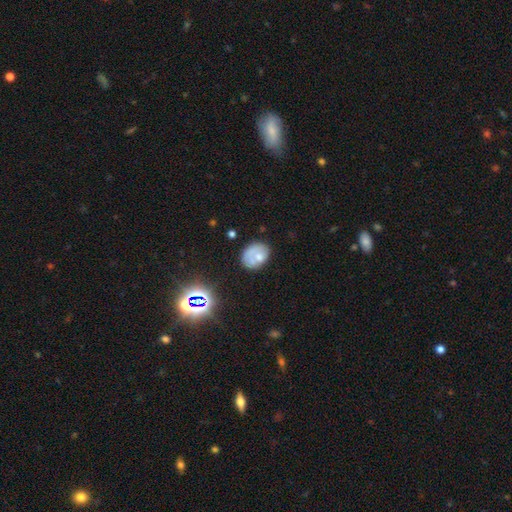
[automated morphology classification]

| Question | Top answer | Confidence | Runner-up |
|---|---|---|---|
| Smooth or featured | smooth | 56% | featured or disk (32%) |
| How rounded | in between | 61% | round (38%) |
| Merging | none | 53% | minor disturbance (26%) |